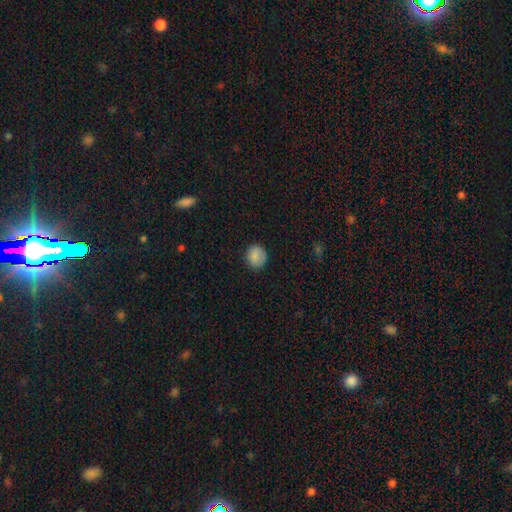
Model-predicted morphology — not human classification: Overall: smooth (85%). How rounded: round (75%). Merging: none (84%).